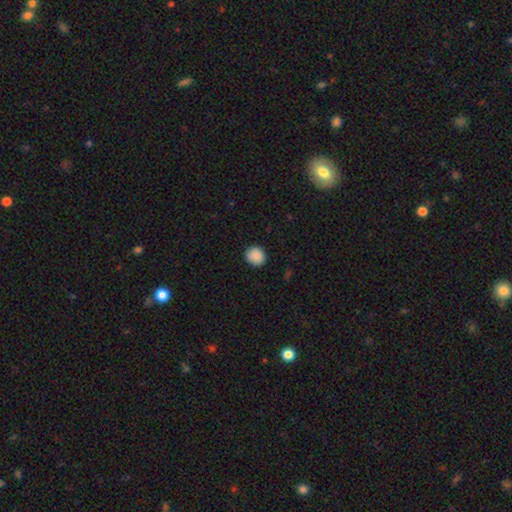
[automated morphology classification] This appears to be a smooth galaxy with no disk features (89%) that is round (87%). Merging: none (91%).